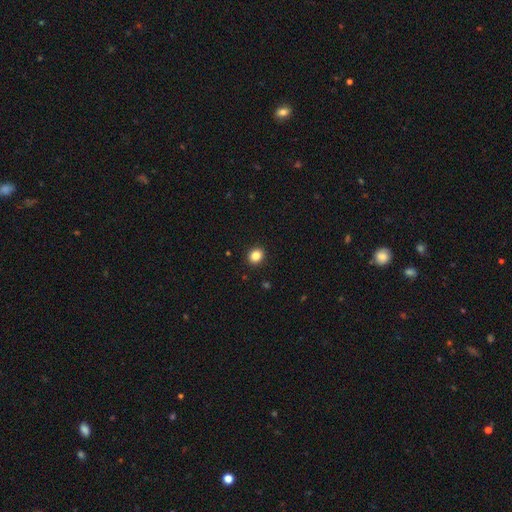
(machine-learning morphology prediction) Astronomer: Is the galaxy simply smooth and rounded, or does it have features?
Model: smooth — 86%.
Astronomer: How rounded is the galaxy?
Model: round — 70%.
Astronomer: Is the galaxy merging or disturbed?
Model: none — 92%.